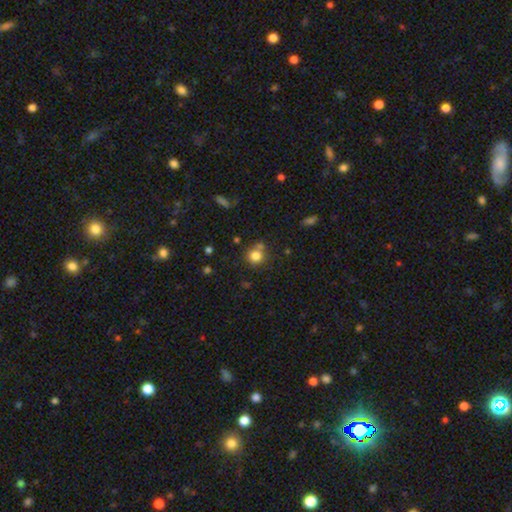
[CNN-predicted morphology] smooth-or-featured: smooth: 81% | star or artifact: 12% | featured or disk: 8%
  how-rounded: round: 88% | in between: 11% | cigar-shaped: 1%
  merging: none: 65% | merger: 17% | minor disturbance: 13% | major disturbance: 5%